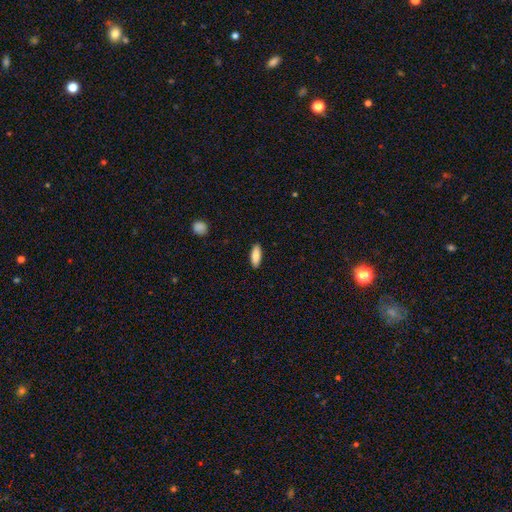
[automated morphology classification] A smooth galaxy with no disk features (86%) that is in between round and cigar-shaped (68%). Merging: none (89%).